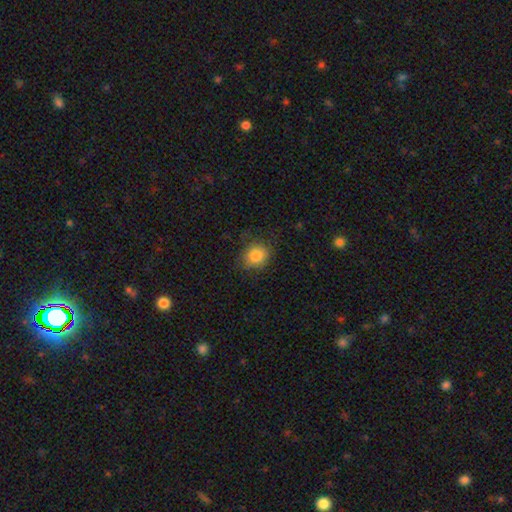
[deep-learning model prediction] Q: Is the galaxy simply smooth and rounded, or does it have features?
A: smooth — 85%.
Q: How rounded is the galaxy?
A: round — 69%.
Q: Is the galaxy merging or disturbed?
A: none — 75%.